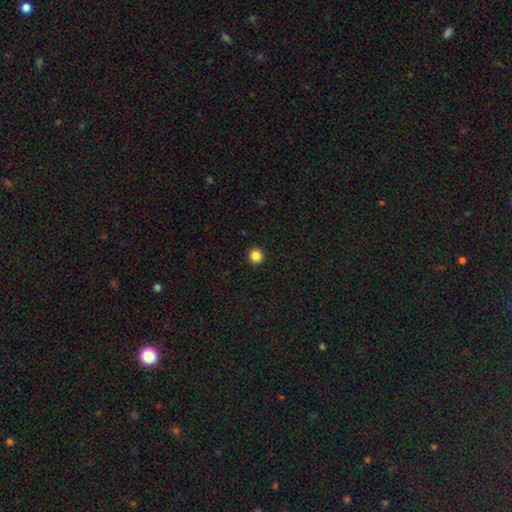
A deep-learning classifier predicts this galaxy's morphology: This is clearly a smooth galaxy (85%). How rounded: clearly round (95%). Merging: clearly none (93%).